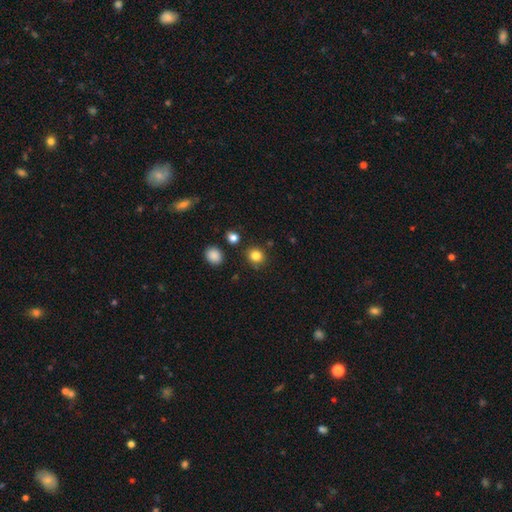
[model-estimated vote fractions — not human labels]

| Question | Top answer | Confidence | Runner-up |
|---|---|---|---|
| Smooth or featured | smooth | 83% | star or artifact (12%) |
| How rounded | round | 84% | in between (15%) |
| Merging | none | 85% | minor disturbance (8%) |